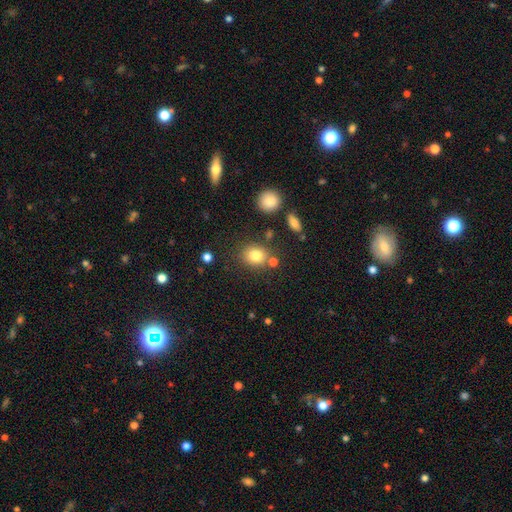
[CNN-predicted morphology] A smooth galaxy with no disk features (80%) that is round (65%). Merging: none (75%).